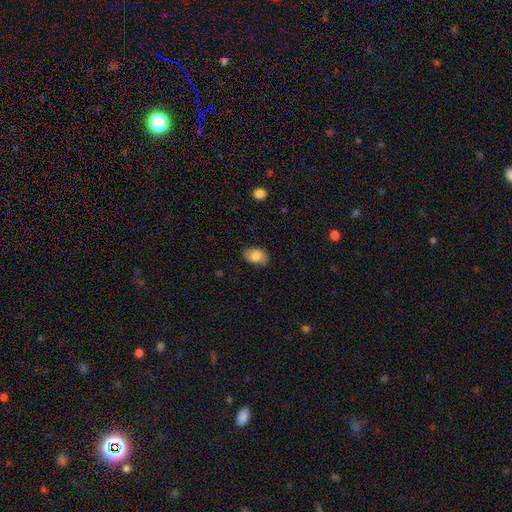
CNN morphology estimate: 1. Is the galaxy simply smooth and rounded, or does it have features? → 79% smooth, 14% featured or disk, 8% star or artifact.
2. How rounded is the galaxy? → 84% in between, 14% round, 1% cigar-shaped.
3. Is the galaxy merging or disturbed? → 74% none, 20% minor disturbance, 5% major disturbance, 1% merger.